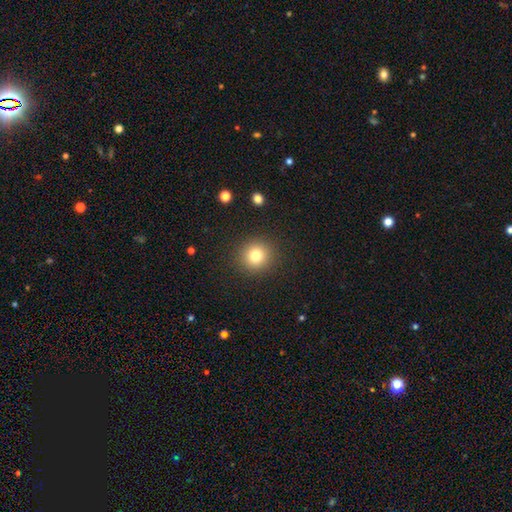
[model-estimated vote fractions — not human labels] Smooth or featured: smooth — 80% (star or artifact — 12%)
How rounded: round — 90% (in between — 9%)
Merging: none — 90% (minor disturbance — 6%)